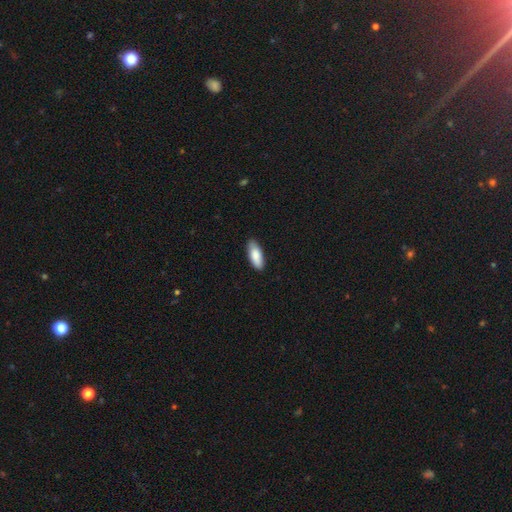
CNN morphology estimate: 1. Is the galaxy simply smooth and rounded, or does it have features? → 85% smooth, 9% featured or disk, 6% star or artifact.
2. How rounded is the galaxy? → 77% in between, 21% cigar-shaped, 2% round.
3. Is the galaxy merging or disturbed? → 85% none, 12% minor disturbance, 2% major disturbance, 1% merger.